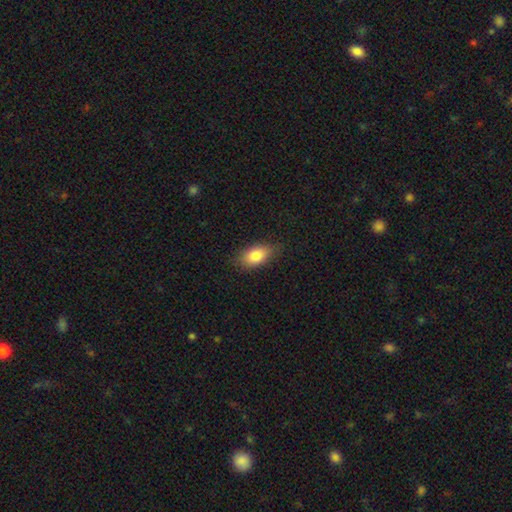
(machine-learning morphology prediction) The model was most divided on "merging": none: 81%, minor disturbance: 15%, major disturbance: 3%, merger: 1%. More confident: how rounded — in between (88%); smooth or featured — smooth (82%).